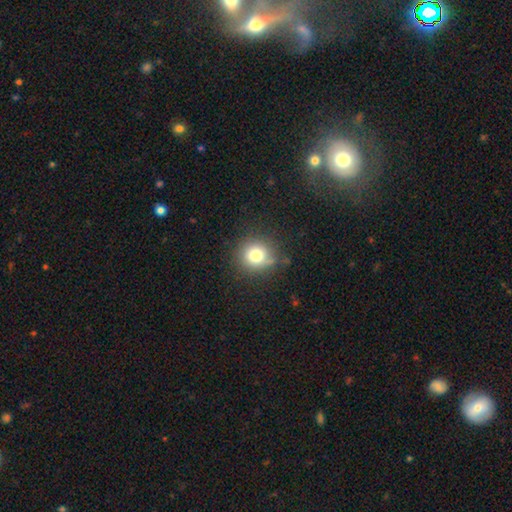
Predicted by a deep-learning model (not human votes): Smooth or featured: smooth — 77% (star or artifact — 15%)
How rounded: round — 90% (in between — 9%)
Merging: none — 81% (minor disturbance — 12%)